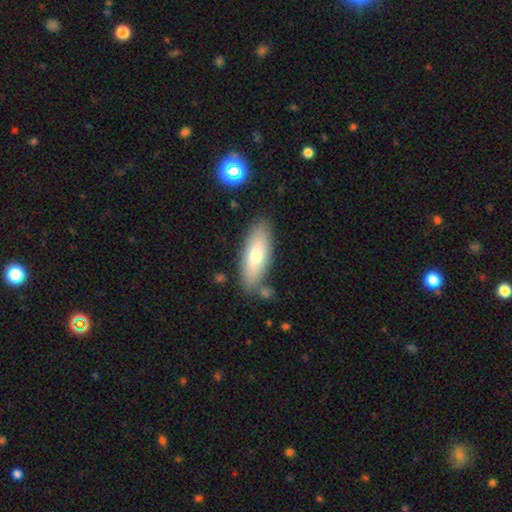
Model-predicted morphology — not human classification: This appears to be a smooth galaxy with no disk features (69%) that is in between round and cigar-shaped (67%). Merging: none (78%).